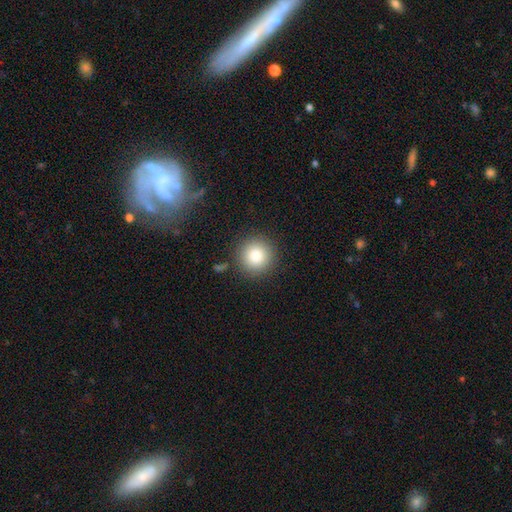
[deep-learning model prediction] This appears to be a smooth galaxy with no disk features (85%) that is round (95%). Merging: none (88%).